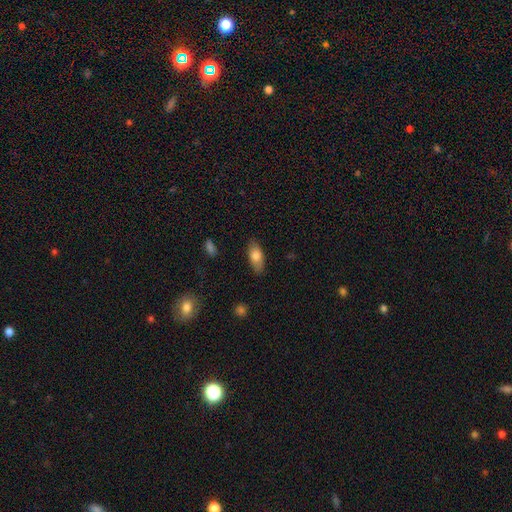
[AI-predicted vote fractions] Morphology: type=smooth (78%); roundness=in between (84%); merging=none (84%).